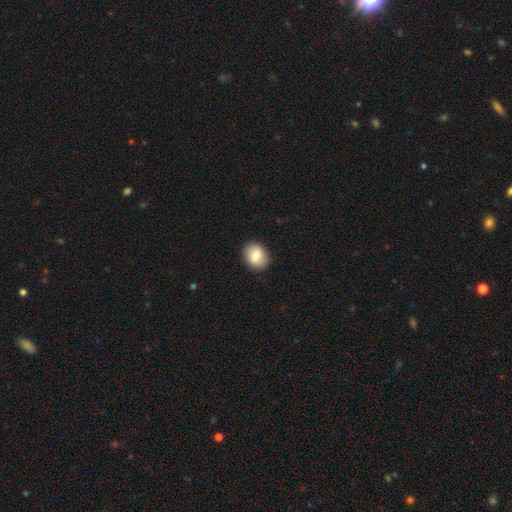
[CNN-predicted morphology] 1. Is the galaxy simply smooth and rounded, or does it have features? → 80% smooth, 12% featured or disk, 8% star or artifact.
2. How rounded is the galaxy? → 53% round, 46% in between, 1% cigar-shaped.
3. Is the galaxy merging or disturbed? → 89% none, 8% minor disturbance, 2% major disturbance, 1% merger.